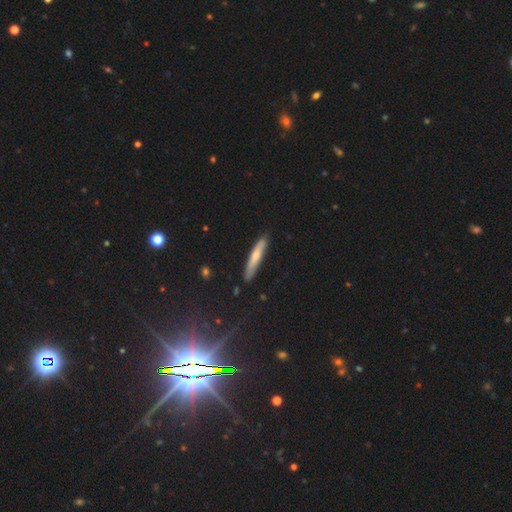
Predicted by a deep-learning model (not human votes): Overall: smooth (61%; featured or disk 33%). How rounded: cigar-shaped (92%). Merging: none (86%).